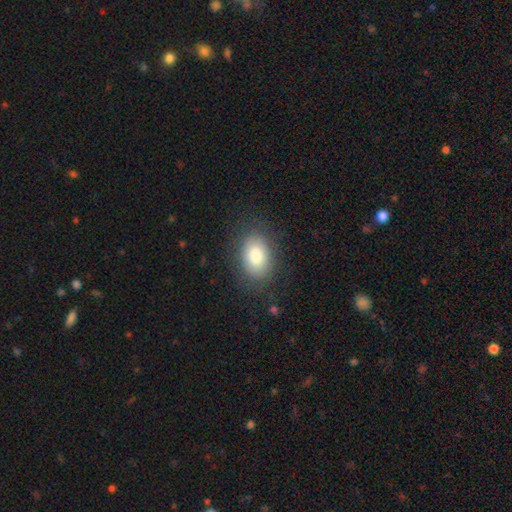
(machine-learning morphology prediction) Q: Smooth or featured?
A: smooth (82%); runner-up: featured or disk (10%)
Q: How rounded?
A: in between (81%); runner-up: round (18%)
Q: Merging?
A: none (84%); runner-up: minor disturbance (11%)